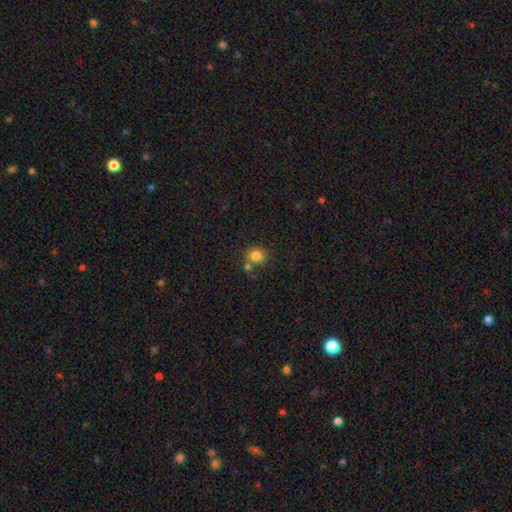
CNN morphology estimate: This is clearly a smooth galaxy (82%). How rounded: likely round (74%). Merging: likely none (65%).